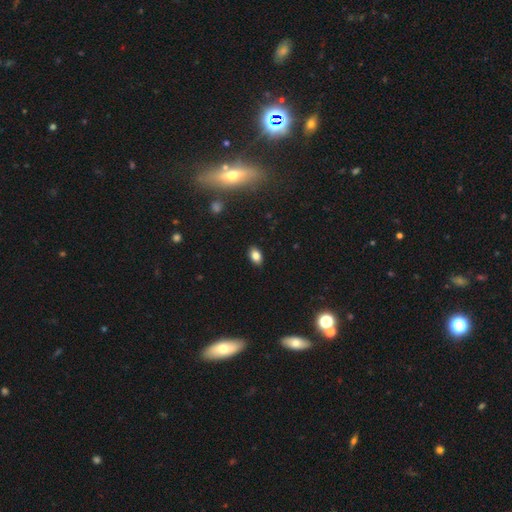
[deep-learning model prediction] smooth 82%, star or artifact 10%, featured or disk 8%. Down the decision tree: how rounded — in between (88%); merging — none (89%).